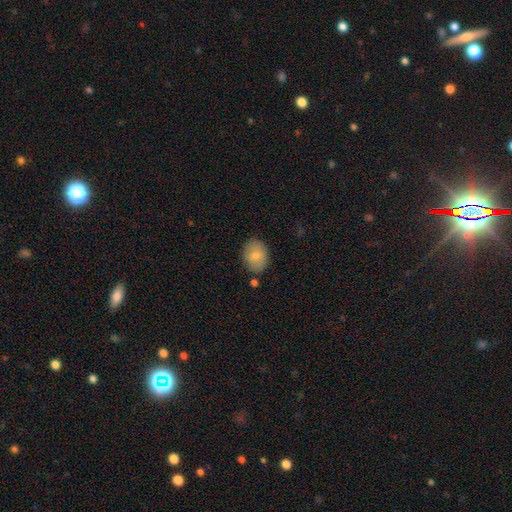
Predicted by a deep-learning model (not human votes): Smooth or featured? Predicted: smooth (p=0.80). How rounded? Predicted: in between (p=0.62). Merging? Predicted: none (p=0.79).